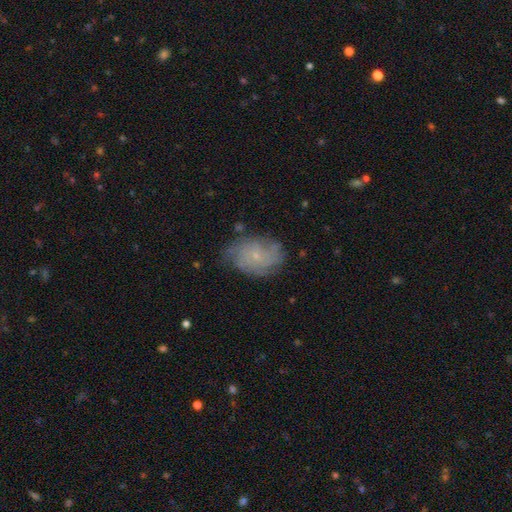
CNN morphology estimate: This appears to be a featured or disk galaxy (64%) with no bar (81%), tight (53%) spiral arms (87%) and a small central bulge (81%). Merging: none (69%).